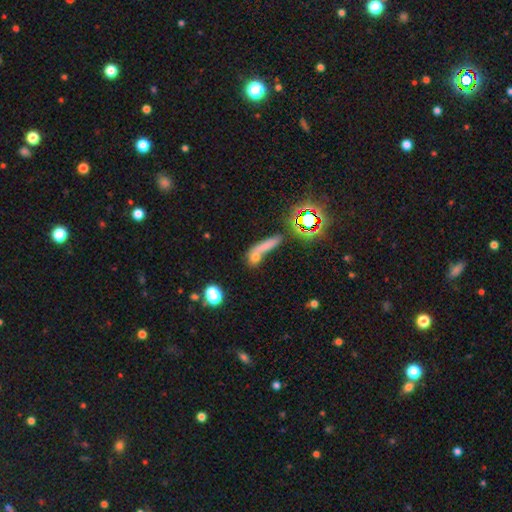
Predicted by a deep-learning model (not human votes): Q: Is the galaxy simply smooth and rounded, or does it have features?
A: smooth — 59%.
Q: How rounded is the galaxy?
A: cigar-shaped — 46%.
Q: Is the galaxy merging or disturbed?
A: merger — 42%.